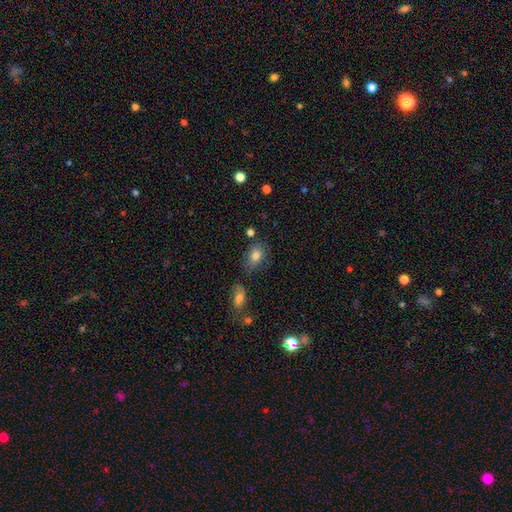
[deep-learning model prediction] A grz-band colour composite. It shows a smooth galaxy with no disk features (78%) that is in between round and cigar-shaped (82%). Merging: none (65%).